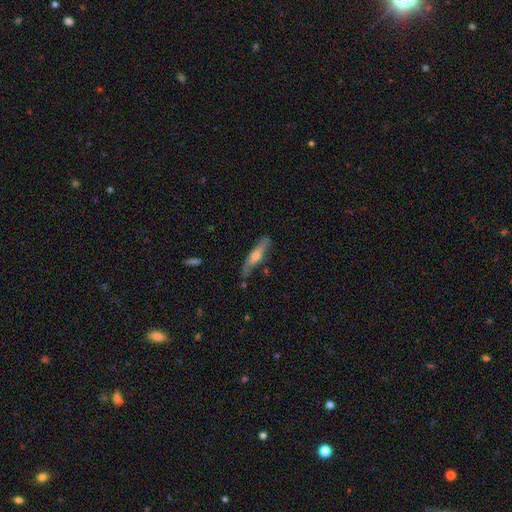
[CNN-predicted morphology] Q: Smooth or featured?
A: featured or disk (54%); runner-up: smooth (39%)
Q: Edge-on disk?
A: yes (85%); runner-up: no (15%)
Q: Merging?
A: none (77%); runner-up: minor disturbance (17%)